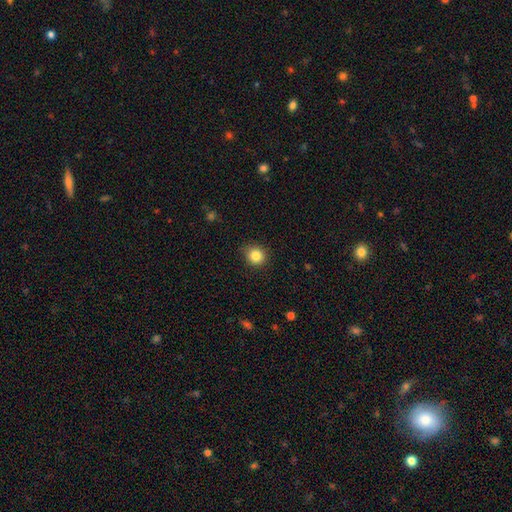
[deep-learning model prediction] smooth 84%, star or artifact 10%, featured or disk 5%. Down the decision tree: how rounded — round (87%); merging — none (87%).